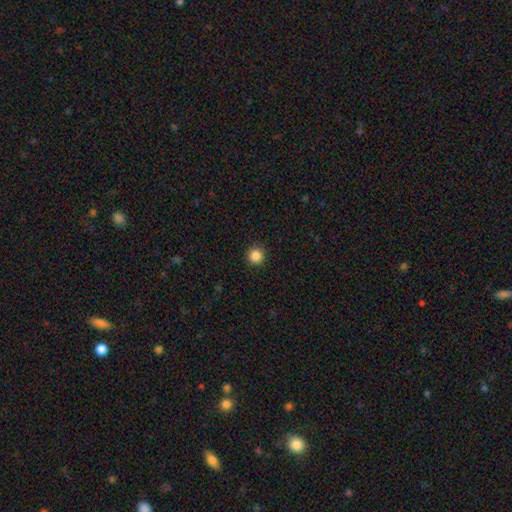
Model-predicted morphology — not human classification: type=smooth (86%); roundness=round (96%); merging=none (92%).